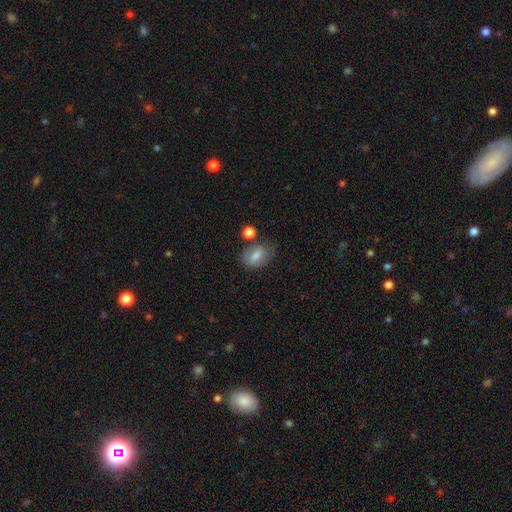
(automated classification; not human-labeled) Smooth or featured? Predicted: smooth (p=0.66). How rounded? Predicted: in between (p=0.76). Merging? Predicted: none (p=0.66).